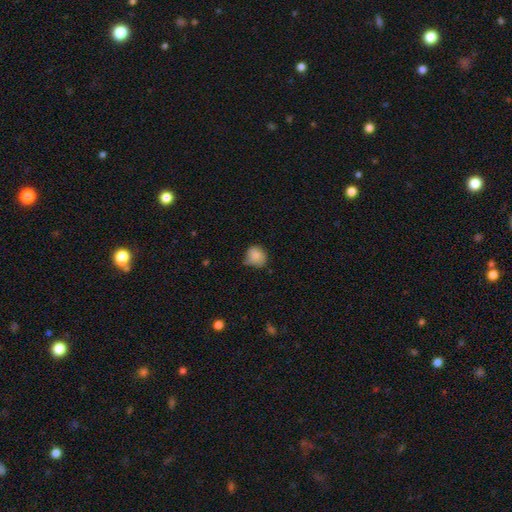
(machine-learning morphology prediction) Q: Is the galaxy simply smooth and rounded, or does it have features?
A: smooth — 84%.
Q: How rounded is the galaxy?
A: round — 74%.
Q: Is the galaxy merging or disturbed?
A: none — 55%.